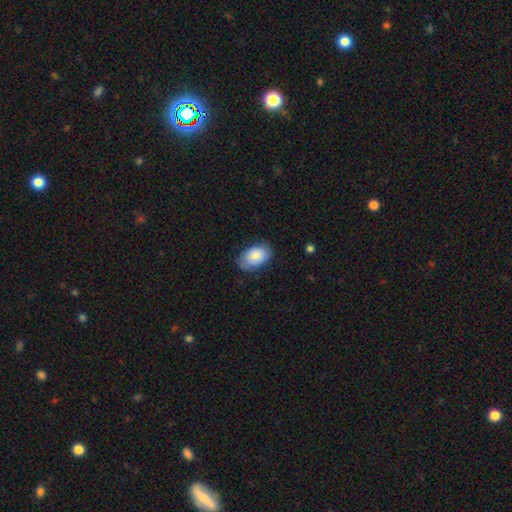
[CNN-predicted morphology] Q: Smooth or featured?
A: smooth (77%); runner-up: featured or disk (17%)
Q: How rounded?
A: in between (88%); runner-up: round (11%)
Q: Merging?
A: none (66%); runner-up: minor disturbance (26%)